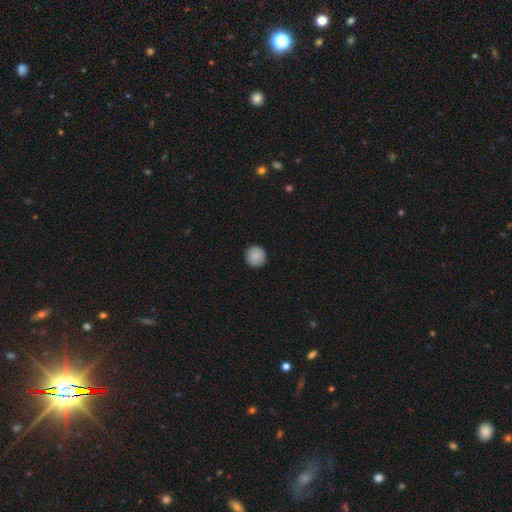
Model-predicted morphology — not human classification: The model was most divided on "smooth or featured": smooth: 86%, featured or disk: 7%, star or artifact: 7%. More confident: how rounded — round (95%); merging — none (91%).